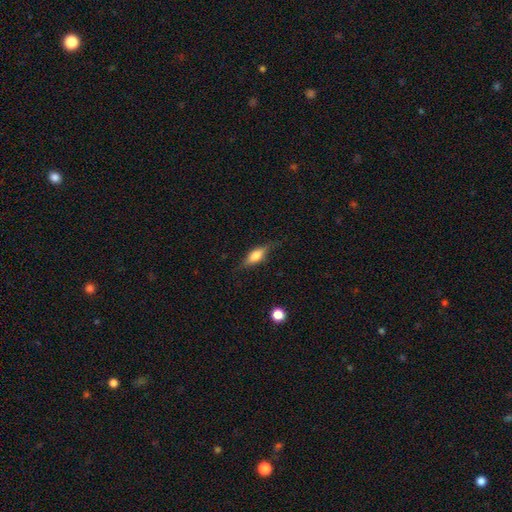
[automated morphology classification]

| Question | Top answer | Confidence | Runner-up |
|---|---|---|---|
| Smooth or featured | smooth | 59% | featured or disk (34%) |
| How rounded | in between | 62% | cigar-shaped (34%) |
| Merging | none | 74% | minor disturbance (19%) |